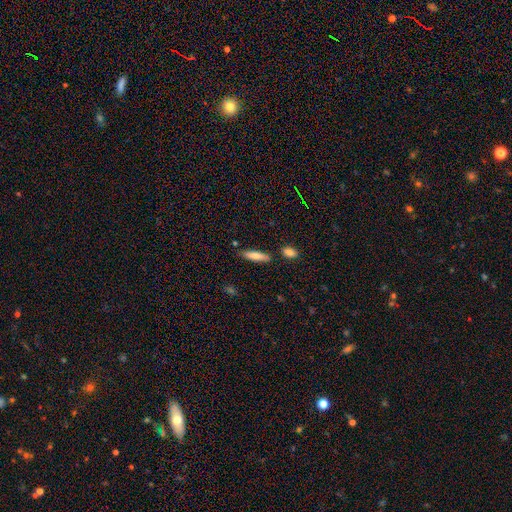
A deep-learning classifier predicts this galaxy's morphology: smooth-or-featured: smooth: 78% | featured or disk: 16% | star or artifact: 6%
  how-rounded: cigar-shaped: 74% | in between: 24% | round: 2%
  merging: none: 82% | minor disturbance: 11% | merger: 5% | major disturbance: 2%